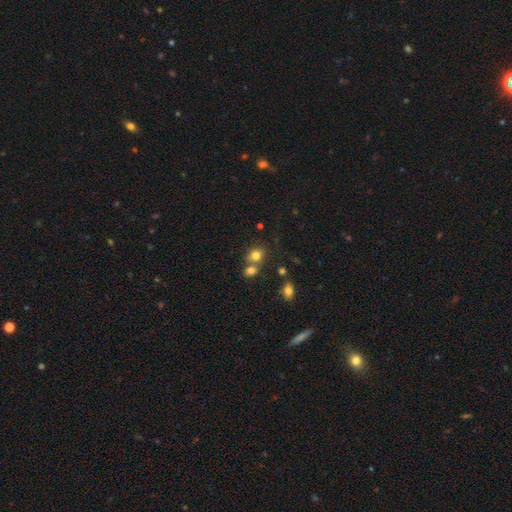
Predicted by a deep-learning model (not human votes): The model was most divided on "how rounded": round: 51%, in between: 48%, cigar-shaped: 1%. Remaining: smooth or featured — smooth (78%); merging — none (46%).